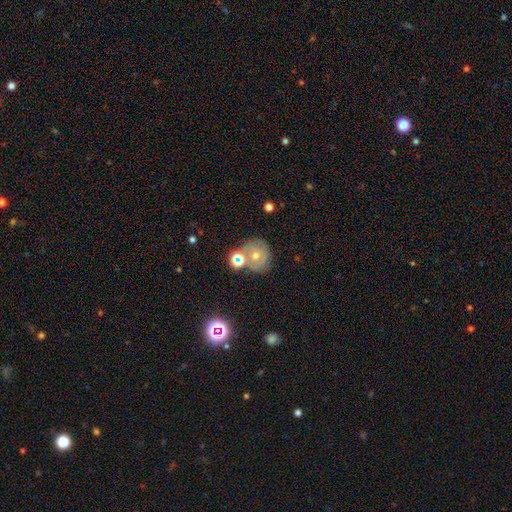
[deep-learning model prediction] This appears to be a smooth galaxy with no disk features (40%, tied with featured or disk). Merging: none (62%).